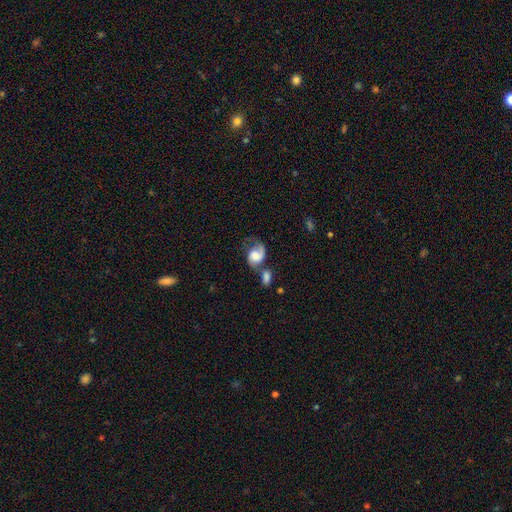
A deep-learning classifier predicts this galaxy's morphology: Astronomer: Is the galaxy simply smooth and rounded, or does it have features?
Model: featured or disk — 58% (runner-up: smooth, 34%).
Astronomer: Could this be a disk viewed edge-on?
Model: no — 97%.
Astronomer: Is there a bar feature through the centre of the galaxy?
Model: no — 66%.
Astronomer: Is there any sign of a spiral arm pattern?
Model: yes — 88%.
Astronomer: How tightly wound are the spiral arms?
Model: medium — 40% (runner-up: loose, 39%).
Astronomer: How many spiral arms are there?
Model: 2 — 55% (runner-up: 1, 38%).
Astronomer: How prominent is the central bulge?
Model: large — 38% (runner-up: moderate, 29%).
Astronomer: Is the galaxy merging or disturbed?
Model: merger — 40% (runner-up: none, 26%).